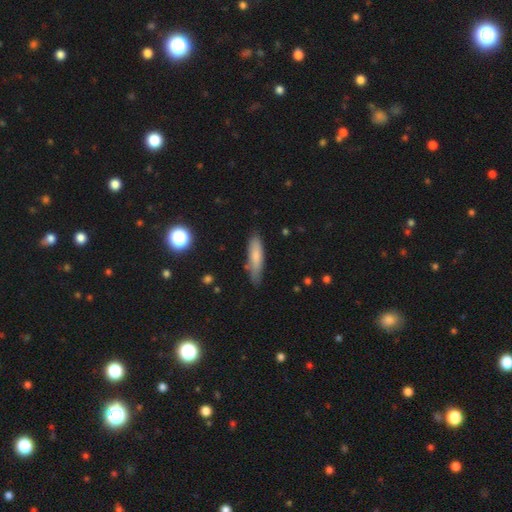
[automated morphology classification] Smooth or featured?
  - smooth: 76% *
  - featured or disk: 16%
  - star or artifact: 7%
How rounded?
  - cigar-shaped: 69% *
  - in between: 30%
  - round: 2%
Merging?
  - none: 76% *
  - minor disturbance: 19%
  - major disturbance: 3%
  - merger: 2%